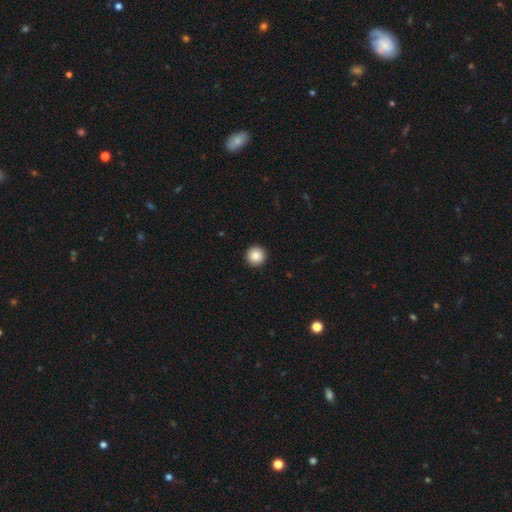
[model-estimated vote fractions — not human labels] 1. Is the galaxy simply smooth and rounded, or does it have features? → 88% smooth, 9% star or artifact, 3% featured or disk.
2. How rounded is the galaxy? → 96% round, 3% in between, 1% cigar-shaped.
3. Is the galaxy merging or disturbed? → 93% none, 4% minor disturbance, 1% major disturbance, 1% merger.